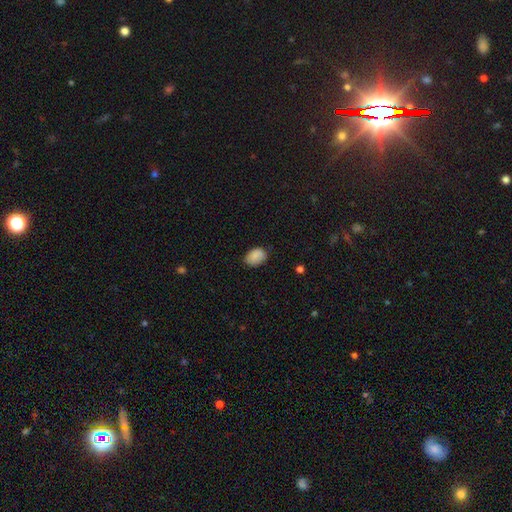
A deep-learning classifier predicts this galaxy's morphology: Smooth or featured: smooth — 87% (star or artifact — 8%)
How rounded: in between — 79% (round — 20%)
Merging: none — 76% (minor disturbance — 19%)